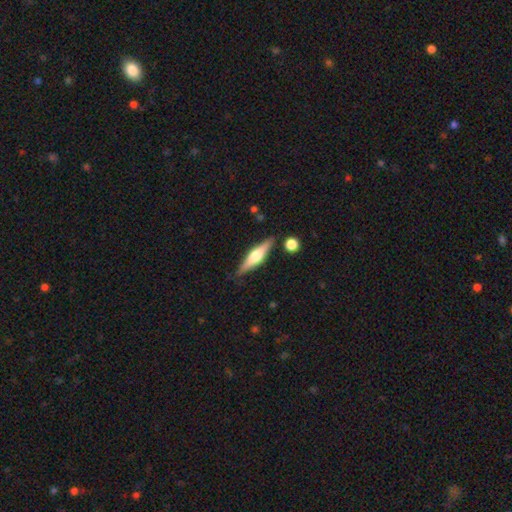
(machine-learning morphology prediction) This is possibly a featured or disk galaxy (57%). It is clearly viewed edge-on (95%). Edge-on bulge: clearly rounded (87%). Merging: clearly none (84%).